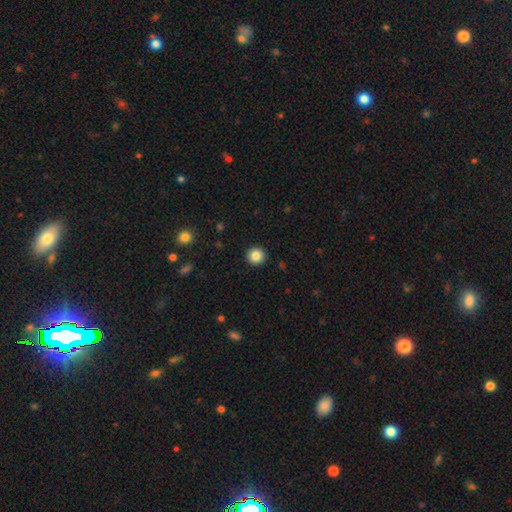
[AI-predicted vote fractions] A smooth galaxy with no disk features (85%) that is round (95%). Merging: none (93%).